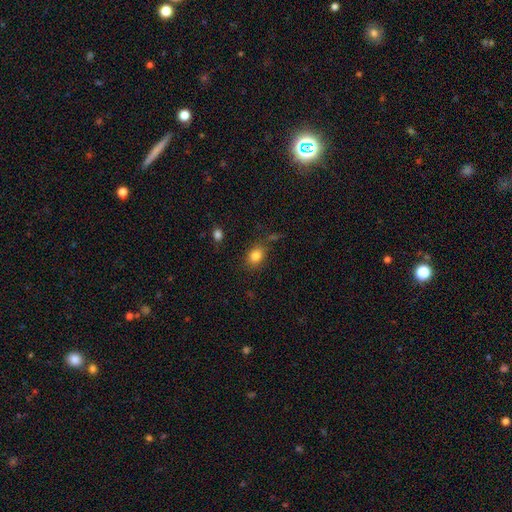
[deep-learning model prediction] Q: Smooth or featured?
A: smooth (83%); runner-up: star or artifact (10%)
Q: How rounded?
A: in between (57%); runner-up: round (41%)
Q: Merging?
A: none (75%); runner-up: minor disturbance (15%)